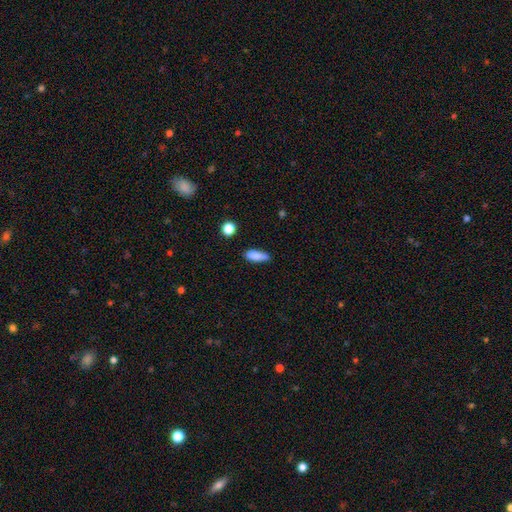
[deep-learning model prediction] Smooth or featured? smooth (85%)
How rounded? in between (65%)
Merging? none (72%)